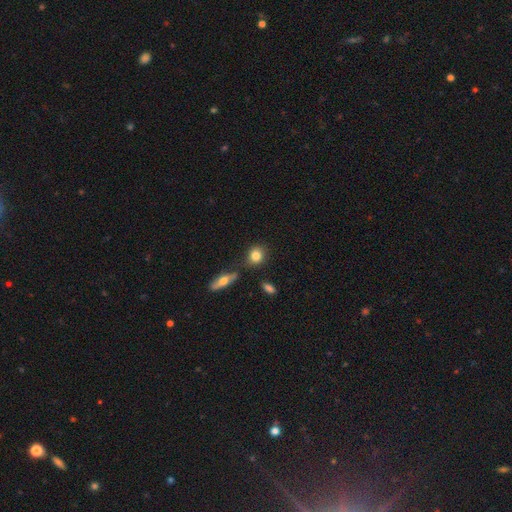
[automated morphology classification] A smooth galaxy with no disk features (82%) that is round (66%).

Vote fractions:
- Smooth or featured? smooth: 82% / featured or disk: 10% / star or artifact: 8%
- How rounded? round: 66% / in between: 32% / cigar-shaped: 3%
- Merging? none: 71% / minor disturbance: 13% / merger: 12% / major disturbance: 4%